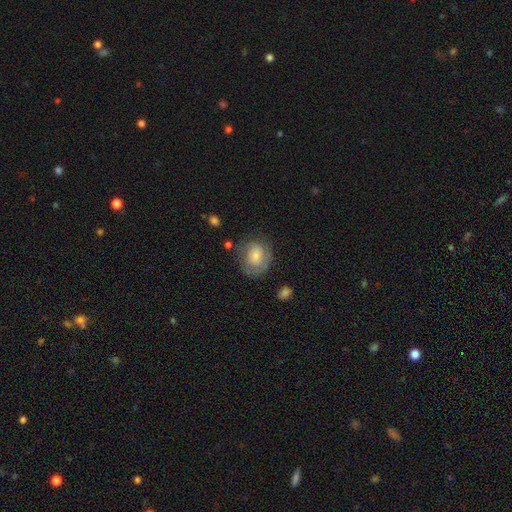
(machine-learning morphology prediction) A smooth galaxy with no disk features (54%) that is round (59%). Merging: none (65%).